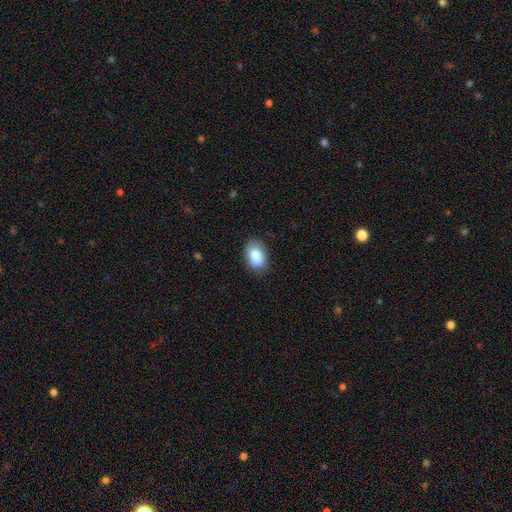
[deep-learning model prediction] Smooth or featured?
  - smooth: 86% *
  - star or artifact: 7%
  - featured or disk: 7%
How rounded?
  - in between: 89% *
  - round: 10%
  - cigar-shaped: 1%
Merging?
  - none: 81% *
  - minor disturbance: 15%
  - major disturbance: 3%
  - merger: 1%